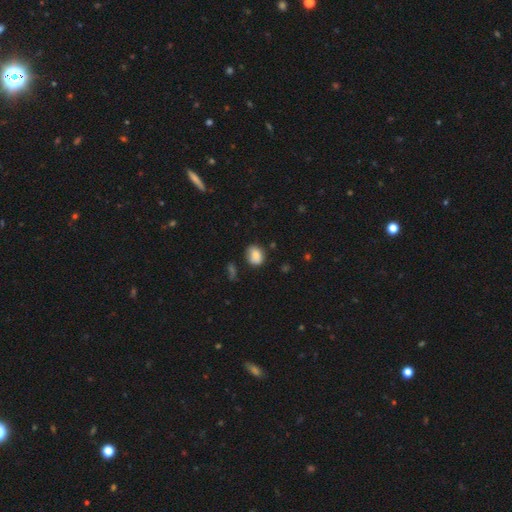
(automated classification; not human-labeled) Morphology: type=smooth (83%); roundness=in between (51%); merging=none (68%).